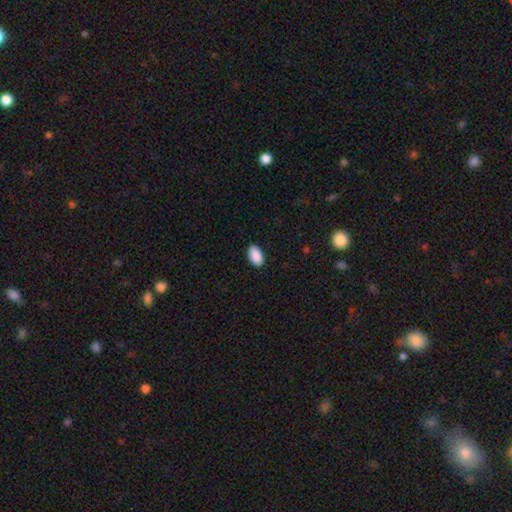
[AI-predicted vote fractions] smooth-or-featured: smooth: 91% | star or artifact: 7% | featured or disk: 3%
  how-rounded: in between: 95% | round: 4% | cigar-shaped: 2%
  merging: none: 88% | minor disturbance: 9% | major disturbance: 2% | merger: 1%